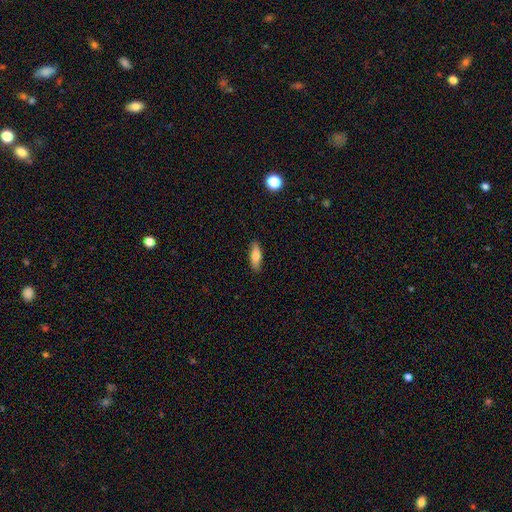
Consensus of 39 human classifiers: Morphology: type=smooth (82%); roundness=in between (53%); merging=none (89%).